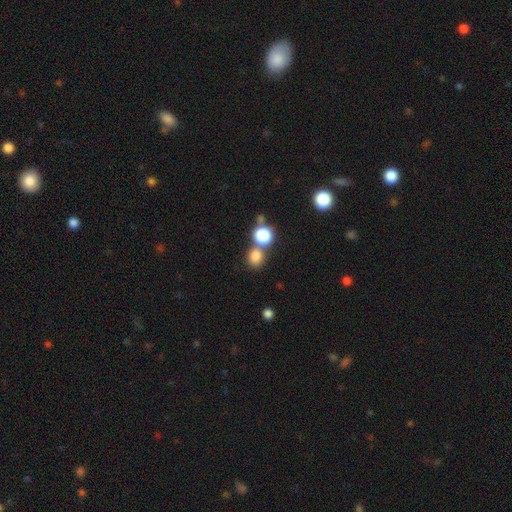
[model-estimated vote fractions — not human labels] smooth 80%, star or artifact 14%, featured or disk 6%. Down the decision tree: how rounded — round (78%); merging — none (55%).